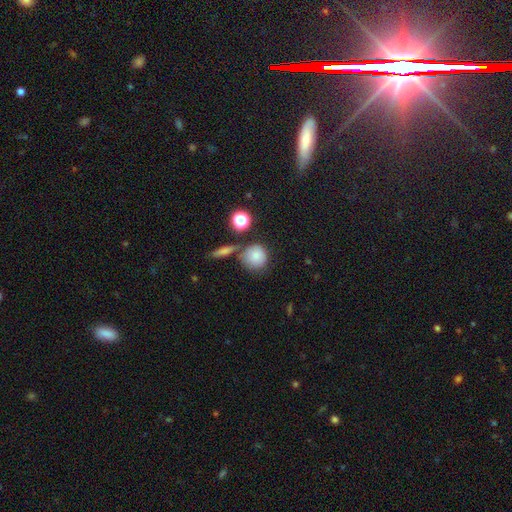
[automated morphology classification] A smooth galaxy with no disk features (80%) that is round (88%). Merging: none (65%).